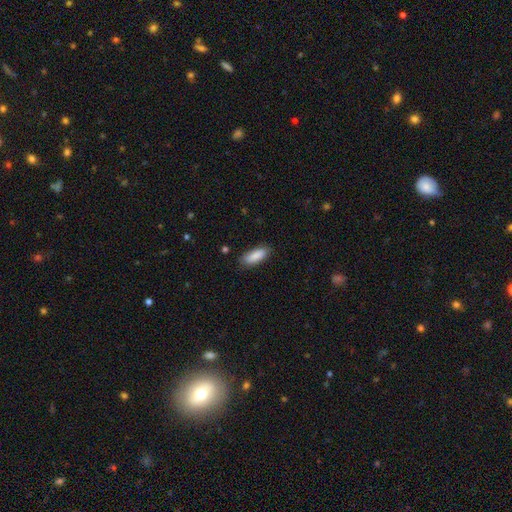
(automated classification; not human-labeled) smooth 88%, star or artifact 6%, featured or disk 6%. Down the decision tree: how rounded — in between (72%); merging — none (83%).